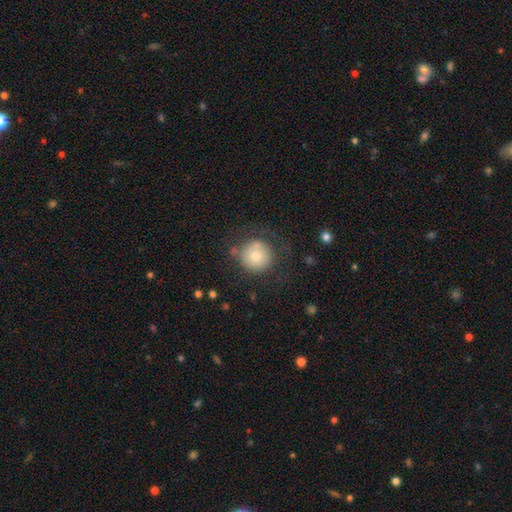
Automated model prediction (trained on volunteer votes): A smooth galaxy with no disk features (74%) that is round (94%). Merging: none (66%).